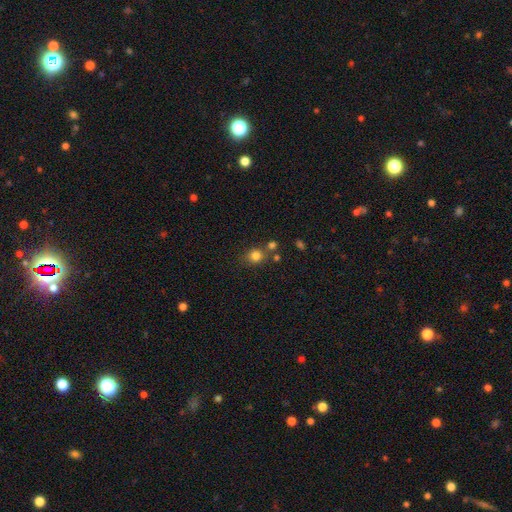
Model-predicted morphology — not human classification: Smooth or featured? Predicted: smooth (p=0.81). How rounded? Predicted: round (p=0.77). Merging? Predicted: none (p=0.66).